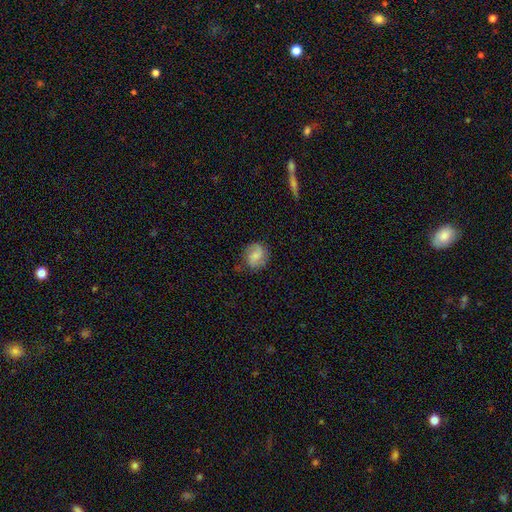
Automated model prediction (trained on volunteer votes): smooth-or-featured: smooth: 55% | featured or disk: 36% | star or artifact: 9%
  how-rounded: round: 68% | in between: 30% | cigar-shaped: 1%
  merging: none: 76% | minor disturbance: 17% | major disturbance: 5% | merger: 1%